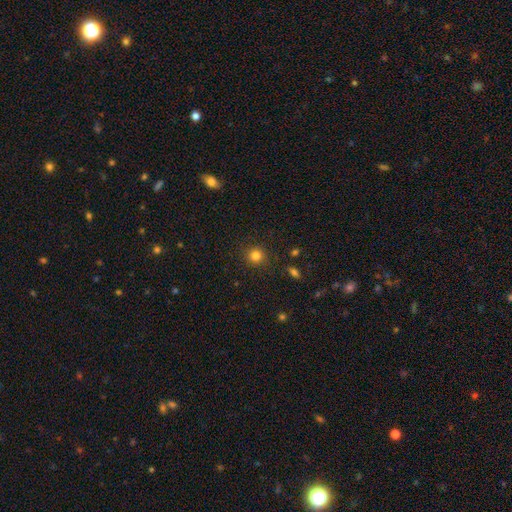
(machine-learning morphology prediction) Smooth or featured?
  - smooth: 82% *
  - star or artifact: 13%
  - featured or disk: 5%
How rounded?
  - round: 92% *
  - in between: 7%
  - cigar-shaped: 1%
Merging?
  - none: 88% *
  - minor disturbance: 8%
  - major disturbance: 3%
  - merger: 1%